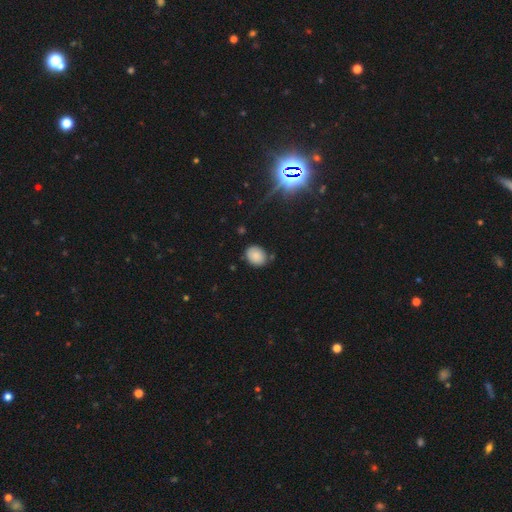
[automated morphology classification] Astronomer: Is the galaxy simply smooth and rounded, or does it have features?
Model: smooth — 83%.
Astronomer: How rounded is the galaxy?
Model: in between — 53% (runner-up: round, 46%).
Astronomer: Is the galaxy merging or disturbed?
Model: none — 75%.